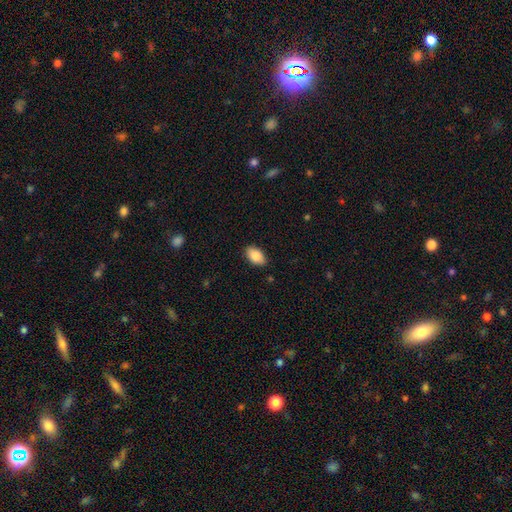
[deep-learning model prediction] smooth-or-featured: smooth: 87% | star or artifact: 7% | featured or disk: 6%
  how-rounded: in between: 91% | round: 7% | cigar-shaped: 2%
  merging: none: 85% | minor disturbance: 12% | major disturbance: 2% | merger: 1%